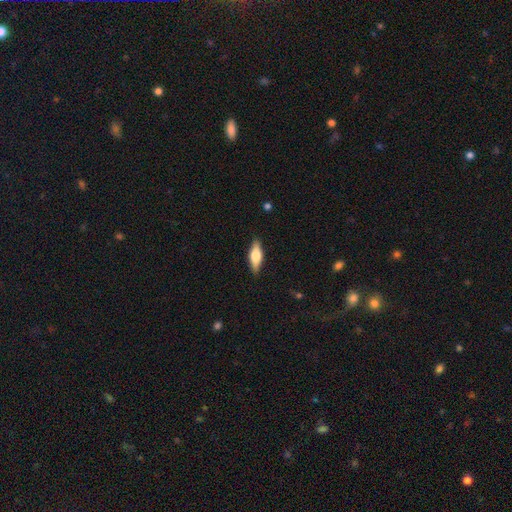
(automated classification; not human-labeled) Smooth or featured? Predicted: smooth (p=0.59). How rounded? Predicted: in between (p=0.62). Merging? Predicted: none (p=0.87).